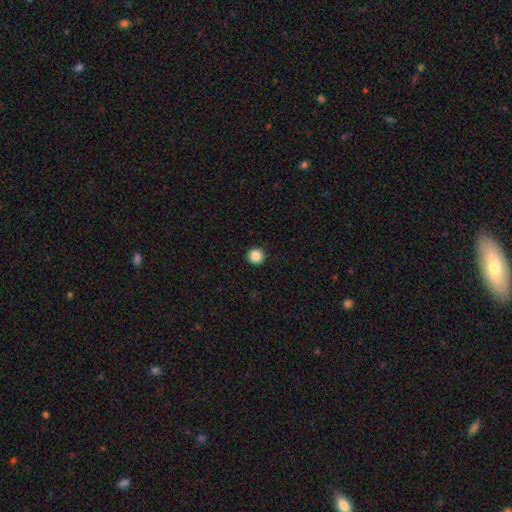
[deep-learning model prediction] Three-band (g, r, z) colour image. It shows a smooth galaxy with no disk features (86%) that is round (96%). Merging: none (94%).